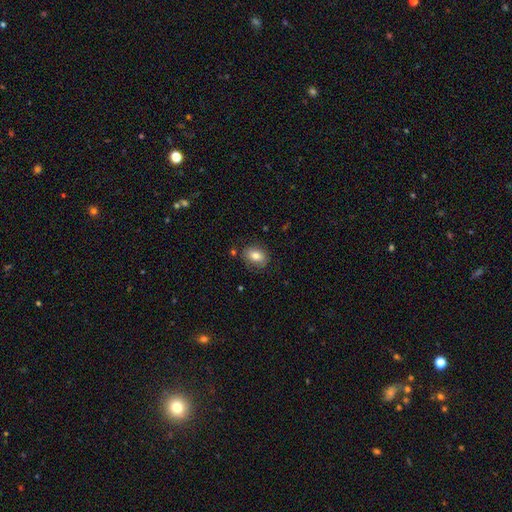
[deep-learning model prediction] Smooth or featured? Predicted: smooth (p=0.78). How rounded? Predicted: in between (p=0.67). Merging? Predicted: none (p=0.79).